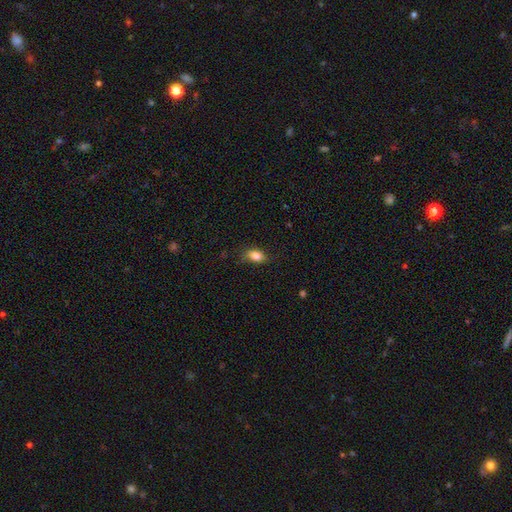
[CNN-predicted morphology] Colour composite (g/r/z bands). It shows a smooth galaxy with no disk features (83%) that is in between round and cigar-shaped (85%). Merging: none (74%).